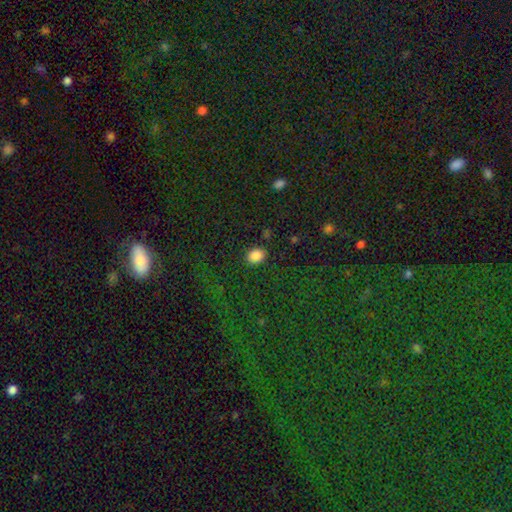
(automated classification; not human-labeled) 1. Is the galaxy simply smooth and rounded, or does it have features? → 86% smooth, 10% star or artifact, 4% featured or disk.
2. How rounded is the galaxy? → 65% in between, 34% round, 1% cigar-shaped.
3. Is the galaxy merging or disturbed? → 87% none, 9% minor disturbance, 3% major disturbance, 1% merger.